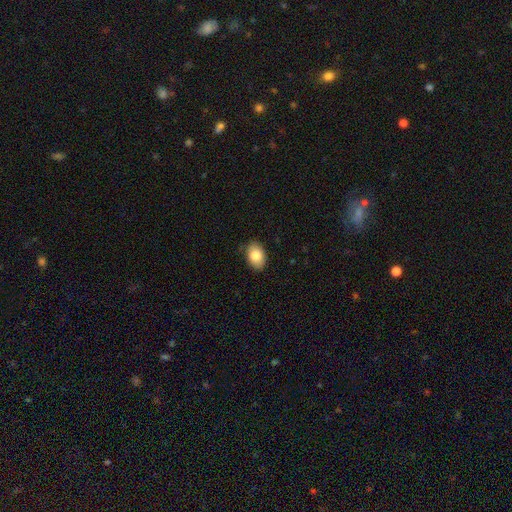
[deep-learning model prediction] Smooth or featured? Predicted: smooth (p=0.84). How rounded? Predicted: in between (p=0.87). Merging? Predicted: none (p=0.87).